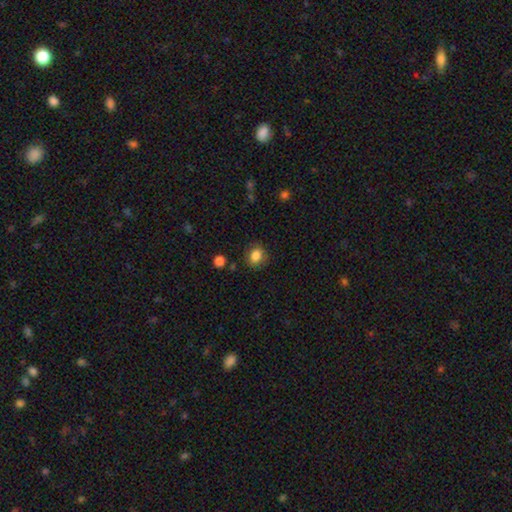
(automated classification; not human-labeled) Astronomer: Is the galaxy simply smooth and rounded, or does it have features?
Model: smooth — 85%.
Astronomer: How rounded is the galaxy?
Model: round — 52% (runner-up: in between, 47%).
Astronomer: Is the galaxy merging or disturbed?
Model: none — 83%.